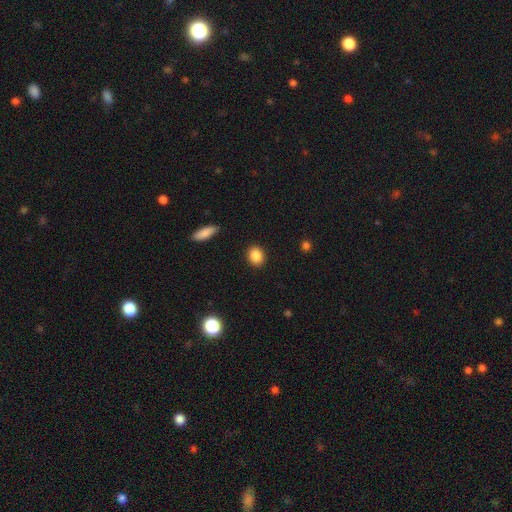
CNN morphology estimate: This appears to be a smooth galaxy with no disk features (87%) that is round (53%). Merging: none (90%).